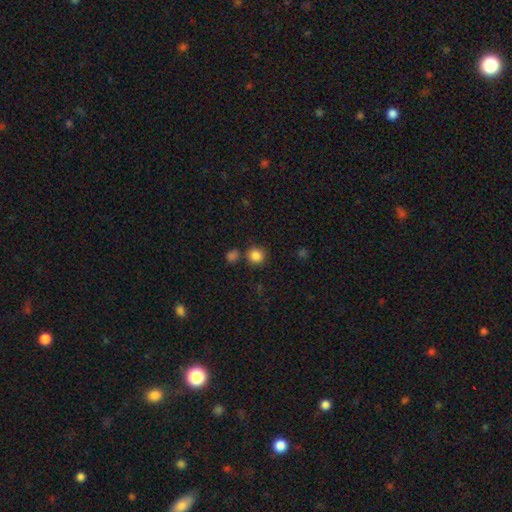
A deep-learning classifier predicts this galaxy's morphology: Smooth or featured: smooth — 85% (star or artifact — 11%)
How rounded: round — 91% (in between — 8%)
Merging: none — 79% (merger — 10%)